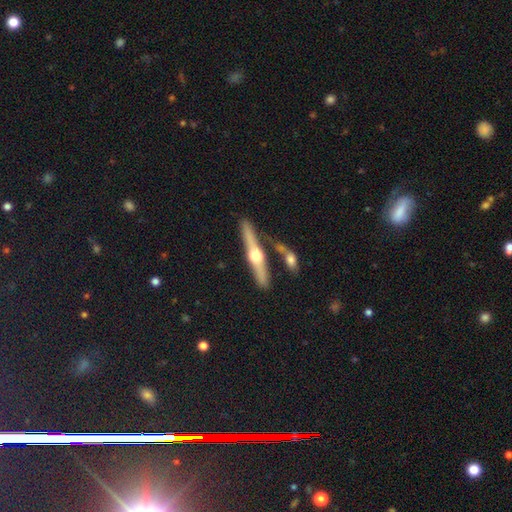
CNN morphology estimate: Smooth or featured? featured or disk (73%)
Edge-on disk? yes (96%)
Edge-on bulge? rounded (96%)
Merging? none (66%)